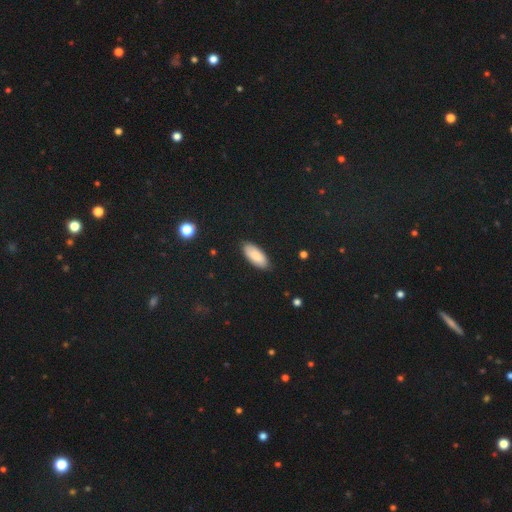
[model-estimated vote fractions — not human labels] A smooth galaxy with no disk features (85%) that is in between round and cigar-shaped (86%).

Vote fractions:
- Smooth or featured? smooth: 85% / featured or disk: 8% / star or artifact: 7%
- How rounded? in between: 86% / cigar-shaped: 12% / round: 2%
- Merging? none: 87% / minor disturbance: 10% / major disturbance: 2% / merger: 1%